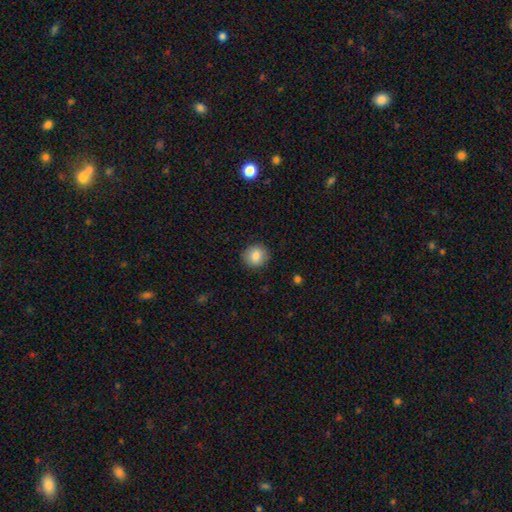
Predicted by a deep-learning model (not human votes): A smooth galaxy with no disk features (84%) that is round (87%). Merging: none (90%).